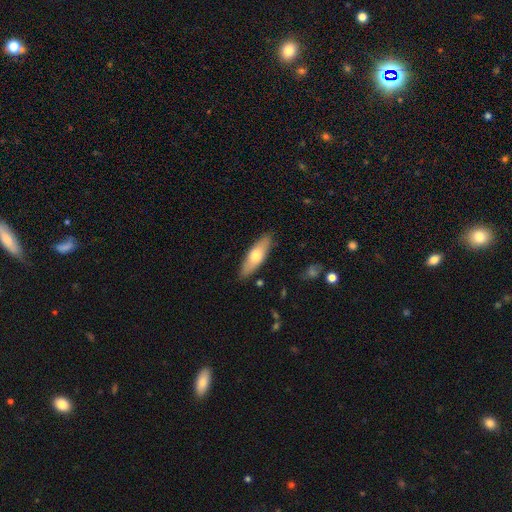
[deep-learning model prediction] Smooth or featured? smooth (62%)
How rounded? in between (52%)
Merging? none (87%)